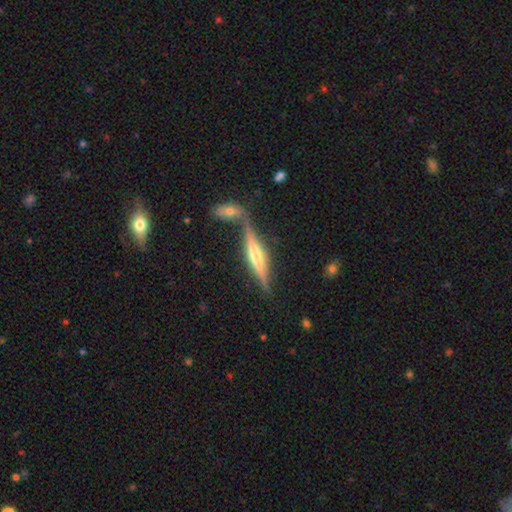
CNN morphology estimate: Overall: featured or disk (73%). Edge-on disk: yes (96%). Edge-on bulge: rounded (72%). Merging: none (68%).